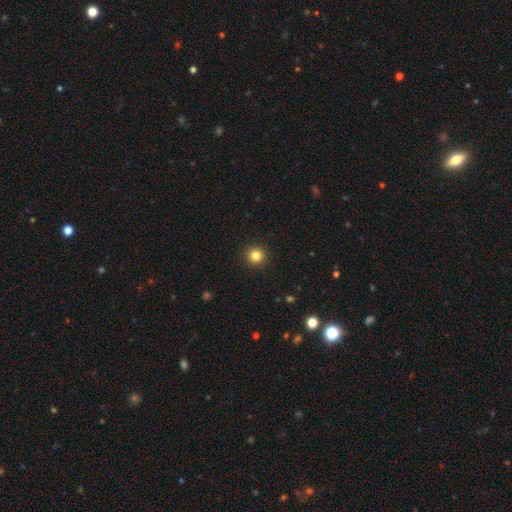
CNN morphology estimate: Smooth or featured: smooth — 83% (star or artifact — 12%)
How rounded: round — 95% (in between — 4%)
Merging: none — 93% (minor disturbance — 4%)